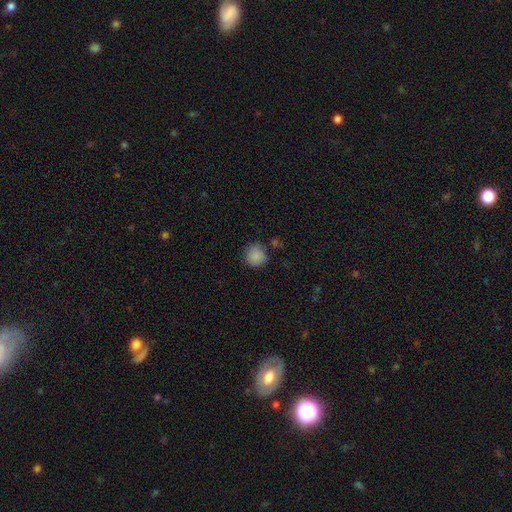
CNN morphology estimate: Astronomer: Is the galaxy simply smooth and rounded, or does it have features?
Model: smooth — 87%.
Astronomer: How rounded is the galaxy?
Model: round — 92%.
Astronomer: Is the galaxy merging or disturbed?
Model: none — 79%.